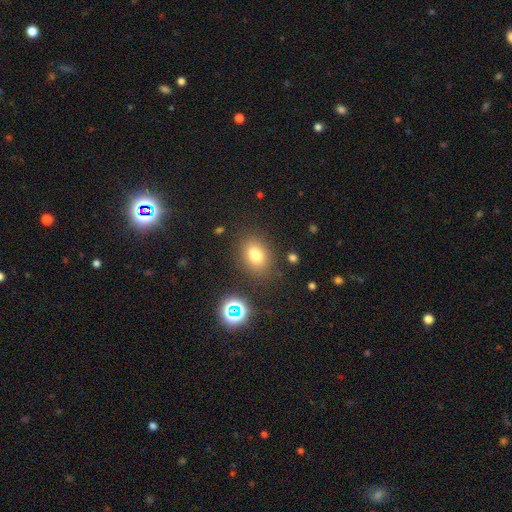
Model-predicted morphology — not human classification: A smooth galaxy with no disk features (76%) that is in between round and cigar-shaped (68%).

Vote fractions:
- Smooth or featured? smooth: 76% / star or artifact: 14% / featured or disk: 10%
- How rounded? in between: 68% / round: 30% / cigar-shaped: 2%
- Merging? none: 80% / minor disturbance: 12% / major disturbance: 4% / merger: 4%